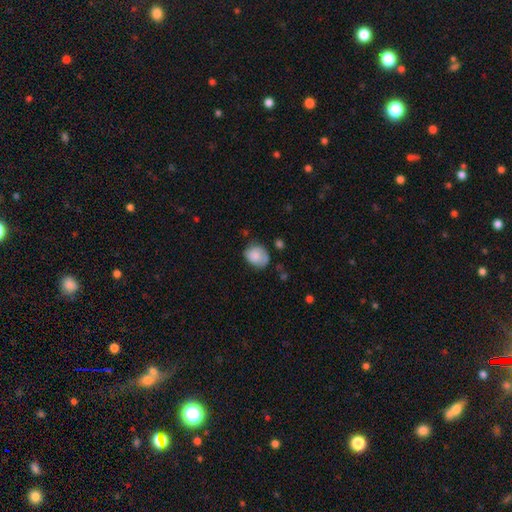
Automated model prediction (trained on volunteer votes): This appears to be a smooth galaxy with no disk features (71%) that is round (51%). Merging: none (55%).